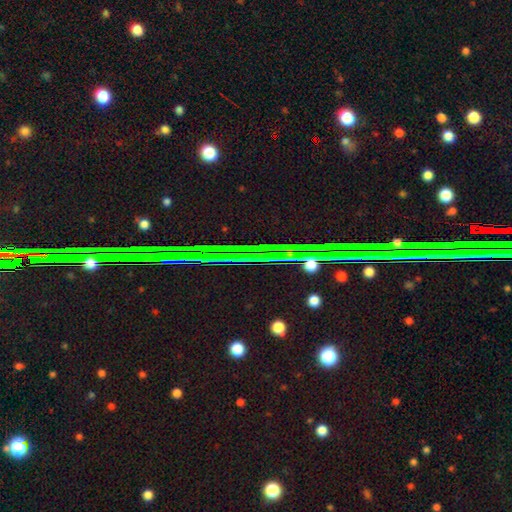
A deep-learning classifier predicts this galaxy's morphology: Overall: star or artifact (83%).